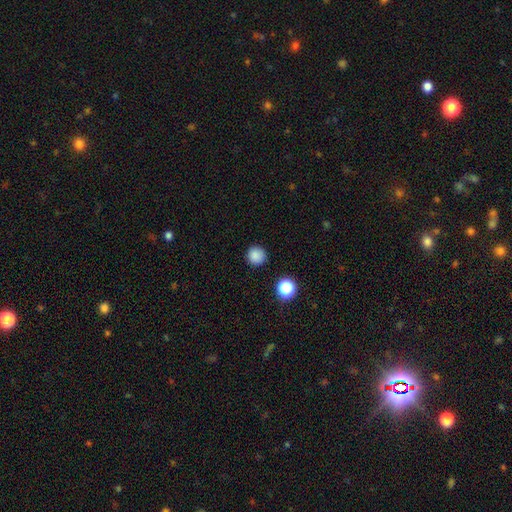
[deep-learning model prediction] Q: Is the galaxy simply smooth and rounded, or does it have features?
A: smooth — 85%.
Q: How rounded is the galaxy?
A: round — 94%.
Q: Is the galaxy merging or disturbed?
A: none — 90%.